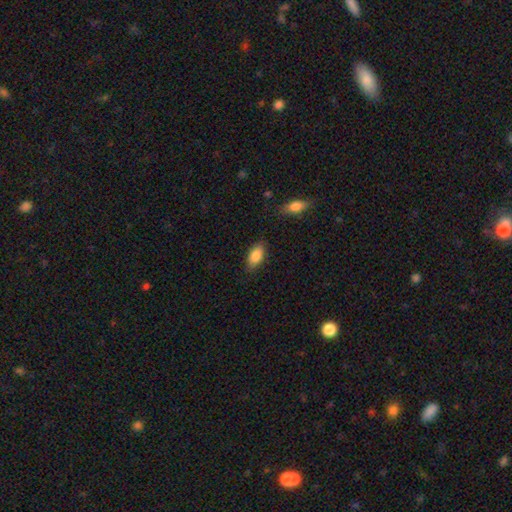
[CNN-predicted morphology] Smooth or featured: smooth — 86% (featured or disk — 7%)
How rounded: in between — 90% (cigar-shaped — 6%)
Merging: none — 83% (minor disturbance — 13%)